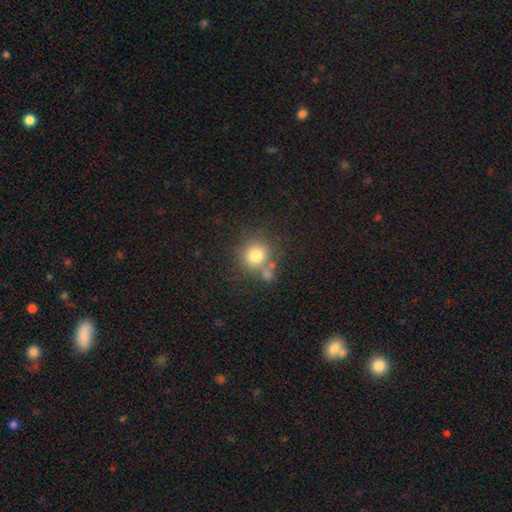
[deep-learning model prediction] Smooth or featured? smooth (77%)
How rounded? round (89%)
Merging? none (65%)